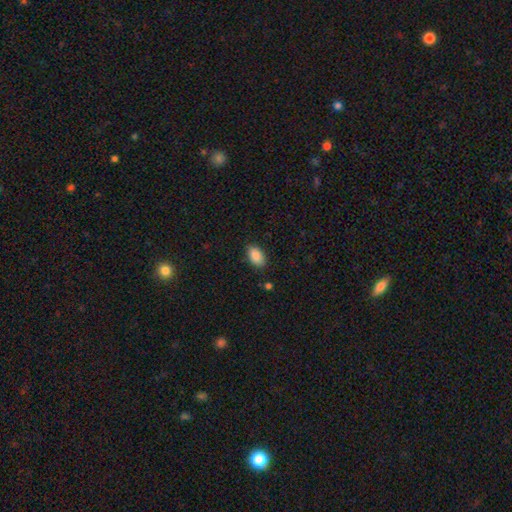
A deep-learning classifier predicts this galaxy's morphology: A smooth galaxy with no disk features (88%) that is in between round and cigar-shaped (92%). Merging: none (85%).